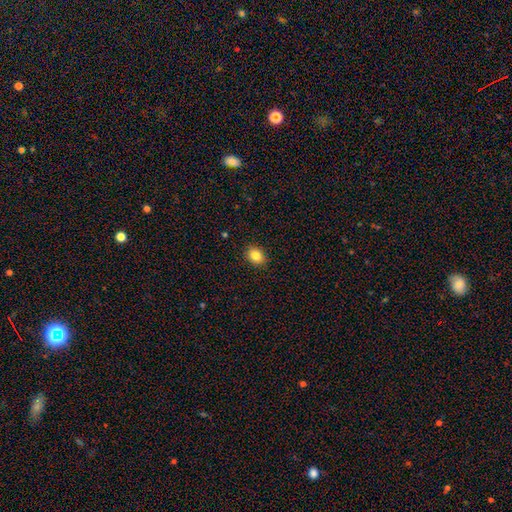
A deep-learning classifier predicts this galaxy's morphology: smooth-or-featured: smooth: 84% | star or artifact: 10% | featured or disk: 6%
  how-rounded: in between: 61% | round: 38% | cigar-shaped: 1%
  merging: none: 89% | minor disturbance: 8% | major disturbance: 2% | merger: 1%